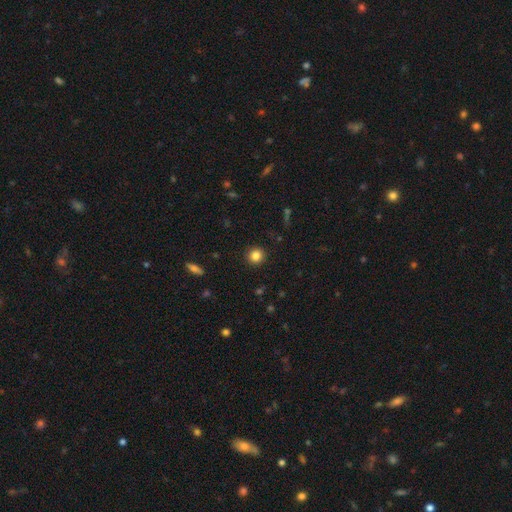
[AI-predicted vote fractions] smooth 84%, star or artifact 11%, featured or disk 5%. Down the decision tree: how rounded — round (93%); merging — none (92%).